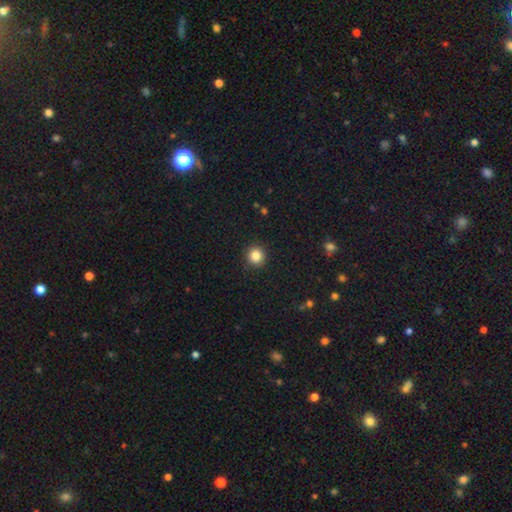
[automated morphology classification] type=smooth (85%); roundness=round (93%); merging=none (92%).